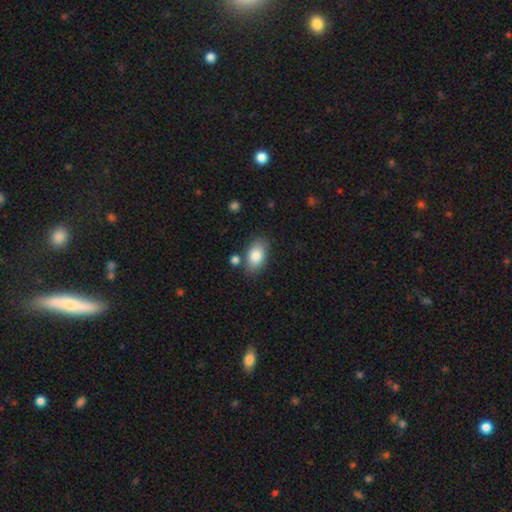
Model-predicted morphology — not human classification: Overall: smooth (84%). How rounded: in between (90%). Merging: none (77%).